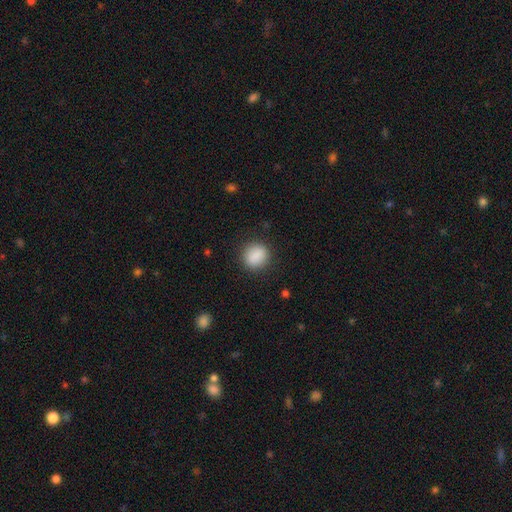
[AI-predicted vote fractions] The model was most divided on "how rounded": round: 72%, in between: 27%, cigar-shaped: 1%. More confident: smooth or featured — smooth (88%); merging — none (87%).